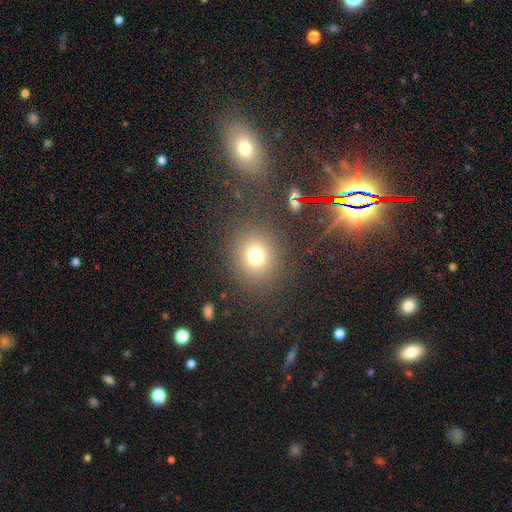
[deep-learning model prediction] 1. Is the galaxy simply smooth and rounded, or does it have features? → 75% smooth, 17% star or artifact, 8% featured or disk.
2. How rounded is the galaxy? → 74% round, 25% in between, 1% cigar-shaped.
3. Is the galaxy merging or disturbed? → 83% none, 9% minor disturbance, 6% major disturbance, 3% merger.